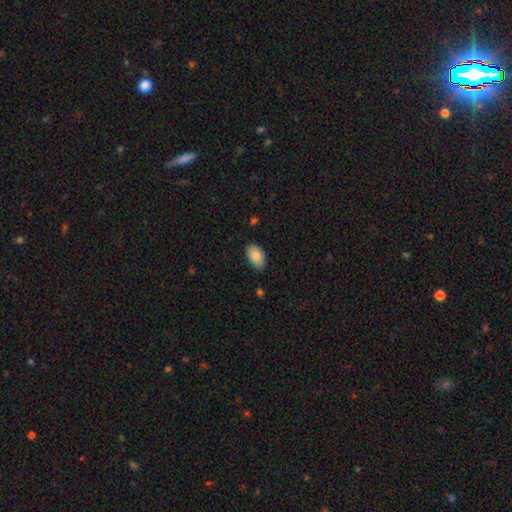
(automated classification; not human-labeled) smooth-or-featured: smooth: 87% | star or artifact: 7% | featured or disk: 6%
  how-rounded: in between: 92% | round: 7% | cigar-shaped: 1%
  merging: none: 76% | minor disturbance: 20% | major disturbance: 3% | merger: 1%